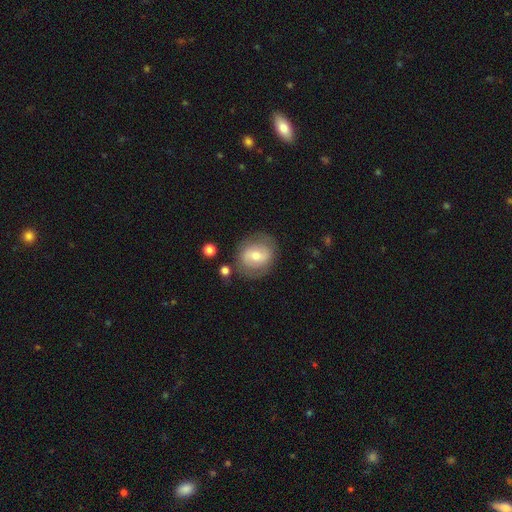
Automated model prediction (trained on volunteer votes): smooth-or-featured: featured or disk: 49% | smooth: 44% | star or artifact: 8%
  merging: none: 76% | minor disturbance: 14% | major disturbance: 6% | merger: 3%